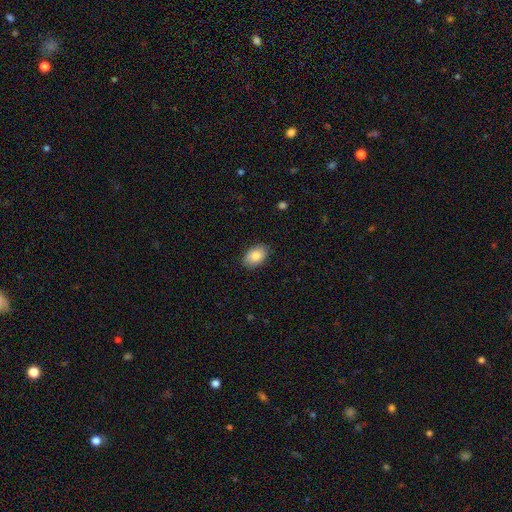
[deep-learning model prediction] This appears to be a smooth galaxy with no disk features (83%) that is in between round and cigar-shaped (90%). Merging: none (86%).